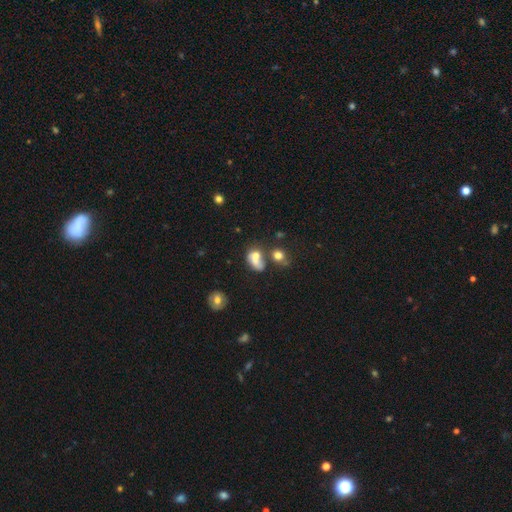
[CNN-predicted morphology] smooth-or-featured: smooth: 64% | featured or disk: 21% | star or artifact: 14%
  how-rounded: in between: 63% | round: 35% | cigar-shaped: 2%
  merging: merger: 45% | none: 26% | minor disturbance: 15% | major disturbance: 14%